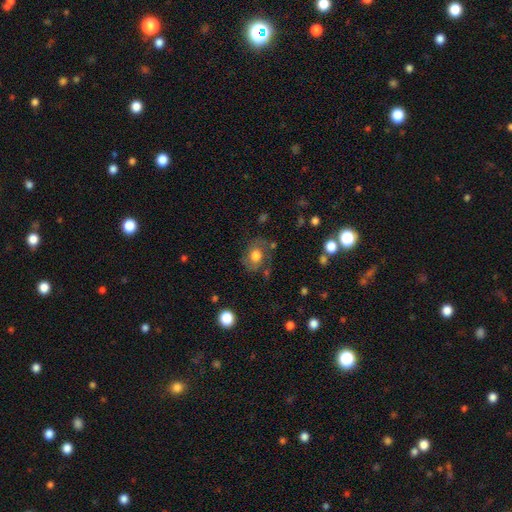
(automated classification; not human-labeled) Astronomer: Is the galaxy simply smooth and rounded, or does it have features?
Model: smooth — 51% (runner-up: featured or disk, 38%).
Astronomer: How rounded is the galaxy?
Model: round — 59% (runner-up: in between, 40%).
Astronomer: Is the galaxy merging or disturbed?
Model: none — 67%.